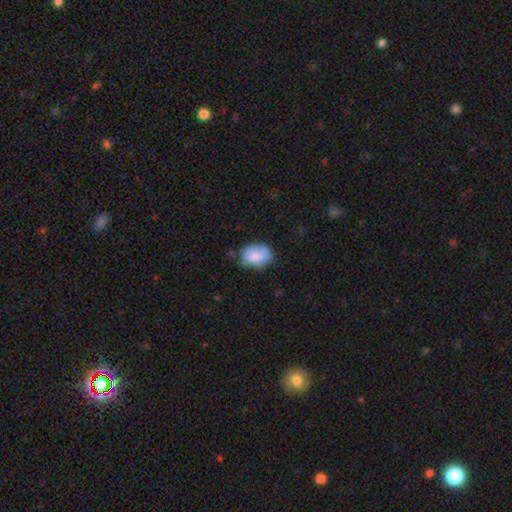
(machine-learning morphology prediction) smooth_or_featured: smooth (p=0.75) [alt: featured or disk p=0.17]
how_rounded: in between (p=0.61) [alt: round p=0.38]
merging: none (p=0.55) [alt: minor disturbance p=0.32]